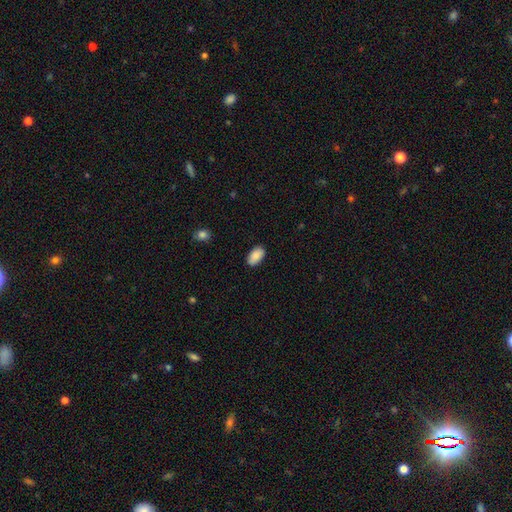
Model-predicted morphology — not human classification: type=smooth (88%); roundness=in between (95%); merging=none (86%).